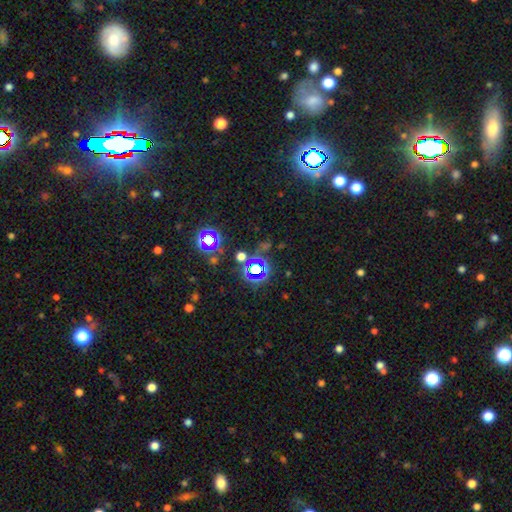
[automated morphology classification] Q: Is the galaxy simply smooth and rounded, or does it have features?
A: star or artifact — 73%.